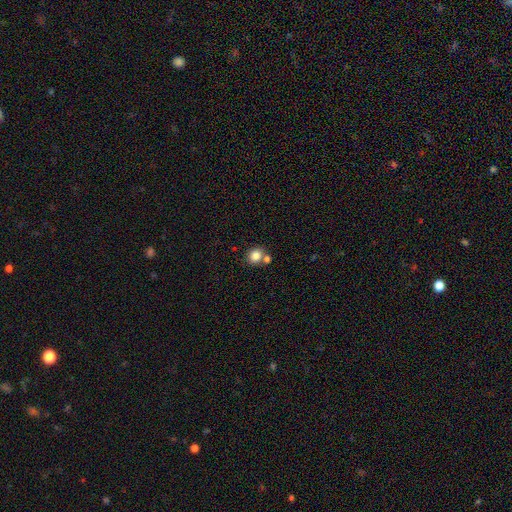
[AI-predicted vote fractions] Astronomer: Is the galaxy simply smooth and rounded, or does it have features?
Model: smooth — 83%.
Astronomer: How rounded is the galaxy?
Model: round — 77%.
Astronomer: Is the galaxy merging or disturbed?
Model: none — 65%.